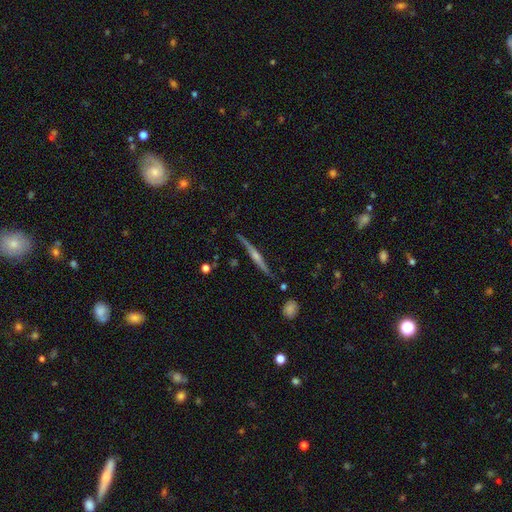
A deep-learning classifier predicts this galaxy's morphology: This appears to be a featured or disk galaxy (79%) viewed edge-on (98%) with a rounded central bulge (76%). Merging: none (86%).